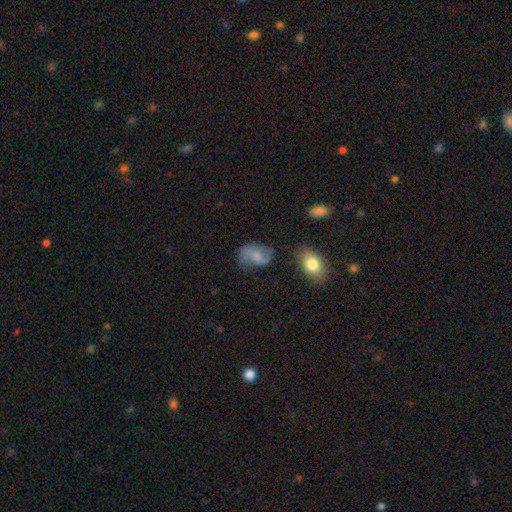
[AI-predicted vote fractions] Smooth or featured? featured or disk (50%)
Edge-on disk? no (97%)
Merging? none (53%)